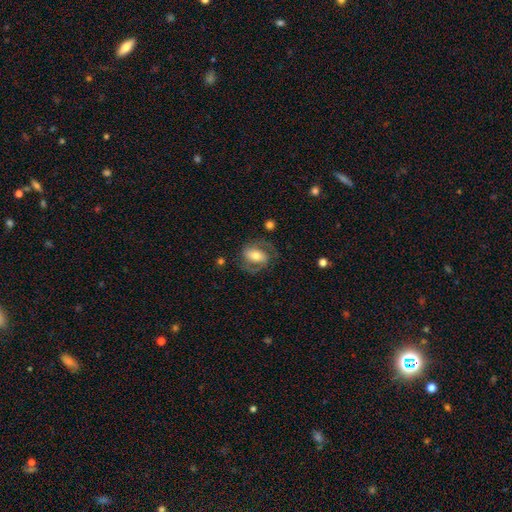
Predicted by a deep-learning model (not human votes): Smooth or featured? featured or disk (67%)
Edge-on disk? no (96%)
Bar? strong (36%)
Spiral arms? yes (84%)
Spiral winding? medium (51%)
Spiral arm count? 2 (85%)
Bulge size? moderate (63%)
Merging? none (70%)